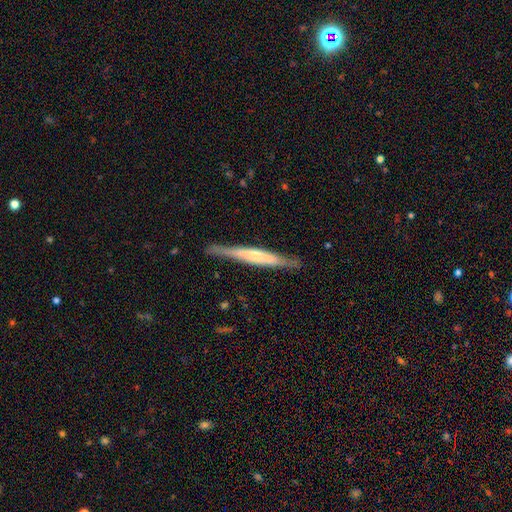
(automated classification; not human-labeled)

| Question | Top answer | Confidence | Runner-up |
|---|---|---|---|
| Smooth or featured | featured or disk | 59% | smooth (35%) |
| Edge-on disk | yes | 94% | no (6%) |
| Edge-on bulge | none | 43% | rounded (38%) |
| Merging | none | 83% | minor disturbance (13%) |